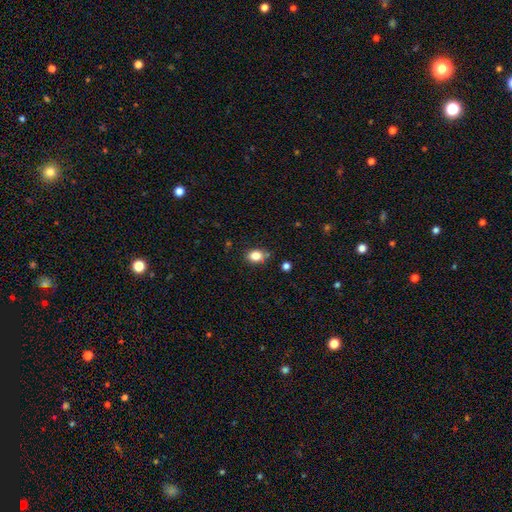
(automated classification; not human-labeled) This appears to be a smooth galaxy with no disk features (84%) that is in between round and cigar-shaped (59%). Merging: none (77%).